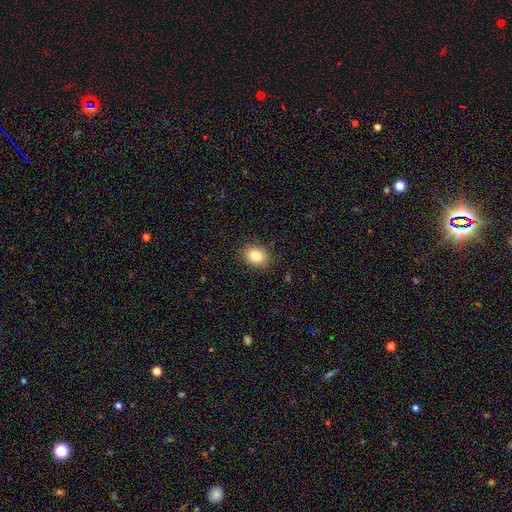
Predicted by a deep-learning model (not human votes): Smooth or featured?
  - smooth: 82% *
  - star or artifact: 10%
  - featured or disk: 8%
How rounded?
  - in between: 52% *
  - round: 47%
  - cigar-shaped: 1%
Merging?
  - none: 88% *
  - minor disturbance: 9%
  - major disturbance: 2%
  - merger: 1%